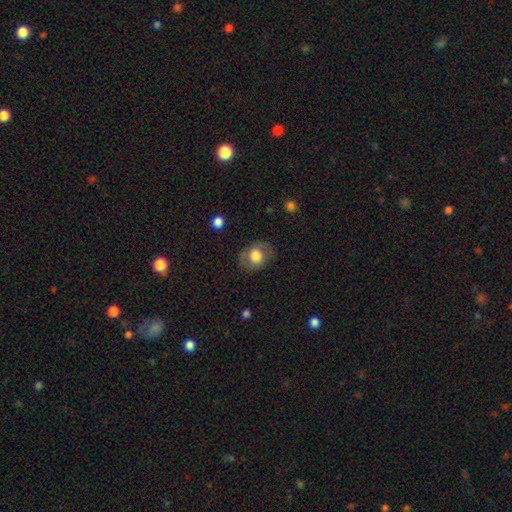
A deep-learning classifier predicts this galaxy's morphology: This appears to be a smooth galaxy with no disk features (70%) that is in between round and cigar-shaped (57%). Merging: none (79%).